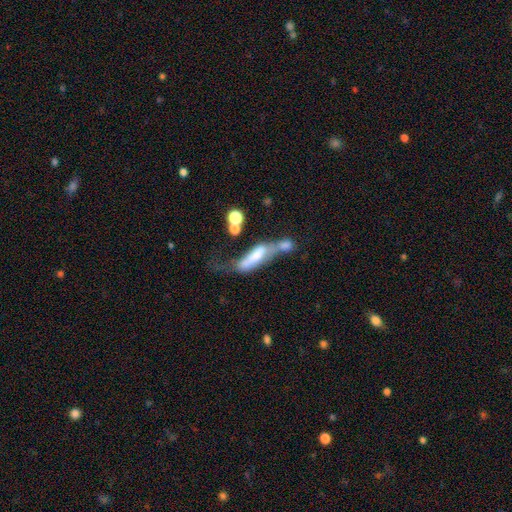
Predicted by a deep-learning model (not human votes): smooth 53%, featured or disk 38%, star or artifact 10%. Down the decision tree: how rounded — cigar-shaped (55%); merging — merger (55%).